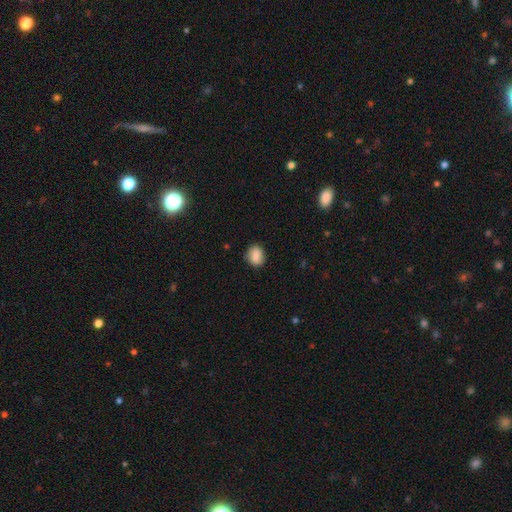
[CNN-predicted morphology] The model was most divided on "how rounded": round: 52%, in between: 47%, cigar-shaped: 1%. More confident: smooth or featured — smooth (83%); merging — none (81%).